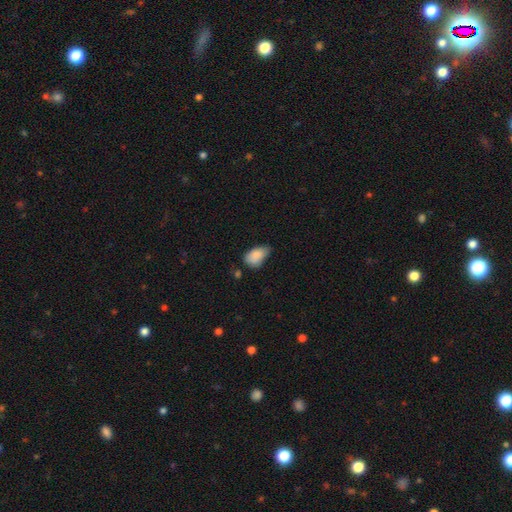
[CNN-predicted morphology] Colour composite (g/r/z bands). It shows a smooth galaxy with no disk features (84%) that is in between round and cigar-shaped (90%). Merging: minor disturbance (47%).